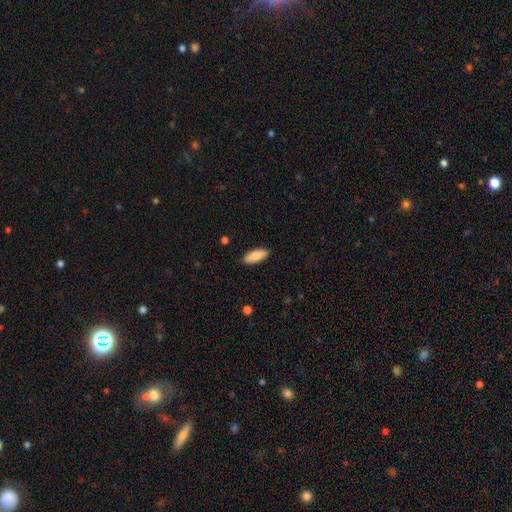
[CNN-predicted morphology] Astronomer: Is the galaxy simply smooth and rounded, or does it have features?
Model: smooth — 89%.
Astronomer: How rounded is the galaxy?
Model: in between — 75%.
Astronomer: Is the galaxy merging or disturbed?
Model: none — 90%.